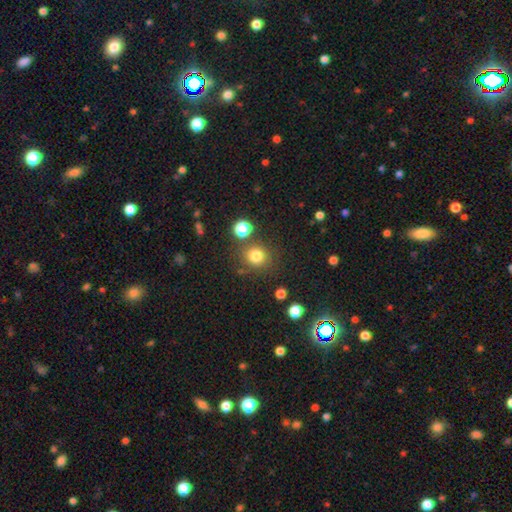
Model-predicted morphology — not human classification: This is likely a smooth galaxy (79%). How rounded: clearly round (87%). Merging: likely none (79%).